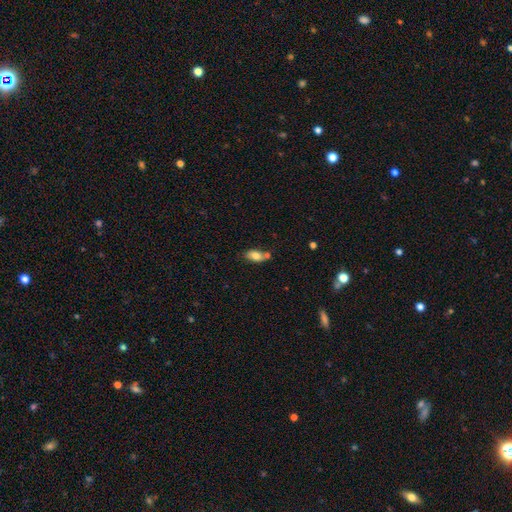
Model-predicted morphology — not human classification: smooth_or_featured: smooth (p=0.78) [alt: featured or disk p=0.14]
how_rounded: in between (p=0.89) [alt: cigar-shaped p=0.06]
merging: none (p=0.57) [alt: merger p=0.22]